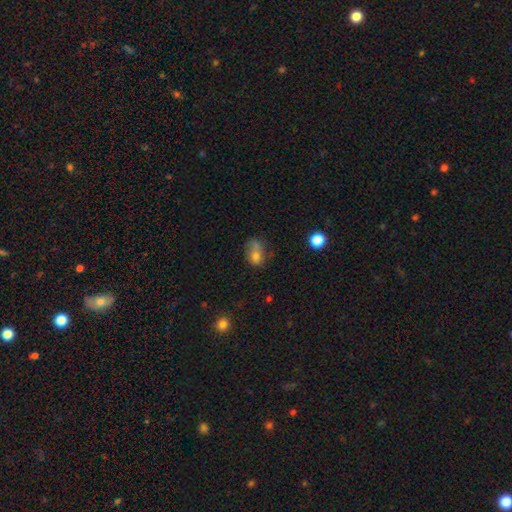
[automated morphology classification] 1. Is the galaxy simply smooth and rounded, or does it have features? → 64% smooth, 21% featured or disk, 15% star or artifact.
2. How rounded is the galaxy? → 69% in between, 29% round, 2% cigar-shaped.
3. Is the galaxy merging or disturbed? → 35% none, 24% minor disturbance, 22% major disturbance, 18% merger.